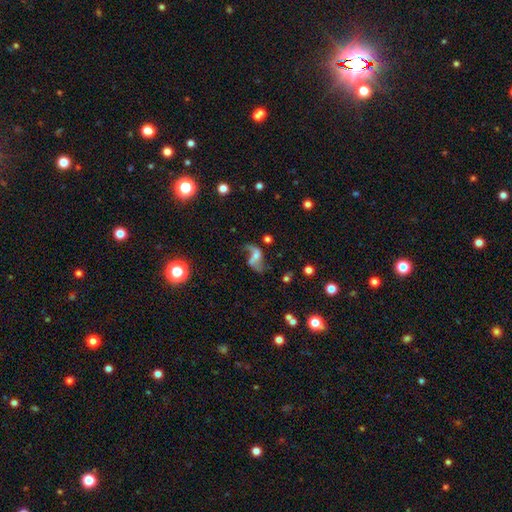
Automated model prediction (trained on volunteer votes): Smooth or featured? Predicted: featured or disk (p=0.71). Edge-on disk? Predicted: no (p=0.96). Bar? Predicted: no (p=0.48). Spiral arms? Predicted: yes (p=0.83). Spiral winding? Predicted: loose (p=0.89). Spiral arm count? Predicted: 2 (p=0.84). Bulge size? Predicted: small (p=0.45). Merging? Predicted: none (p=0.45).